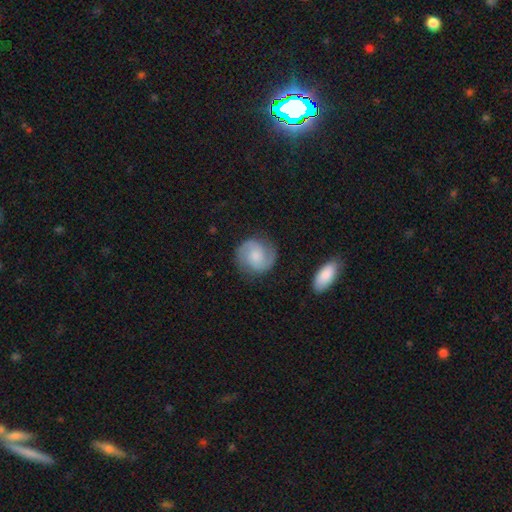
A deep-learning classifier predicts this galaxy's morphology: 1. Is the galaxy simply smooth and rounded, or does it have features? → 73% featured or disk, 21% smooth, 6% star or artifact.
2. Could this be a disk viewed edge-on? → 98% no, 2% yes.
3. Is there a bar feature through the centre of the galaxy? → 57% no, 36% weak, 7% strong.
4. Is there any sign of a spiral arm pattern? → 96% yes, 4% no.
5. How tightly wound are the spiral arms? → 50% medium, 33% tight, 17% loose.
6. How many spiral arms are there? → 90% 2, 4% can't tell, 2% 1, 2% 3, 1% 4, 1% more than 4.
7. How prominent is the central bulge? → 38% small, 35% moderate, 16% none, 9% large, 2% dominant.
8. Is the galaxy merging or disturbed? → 80% none, 13% minor disturbance, 4% major disturbance, 2% merger.